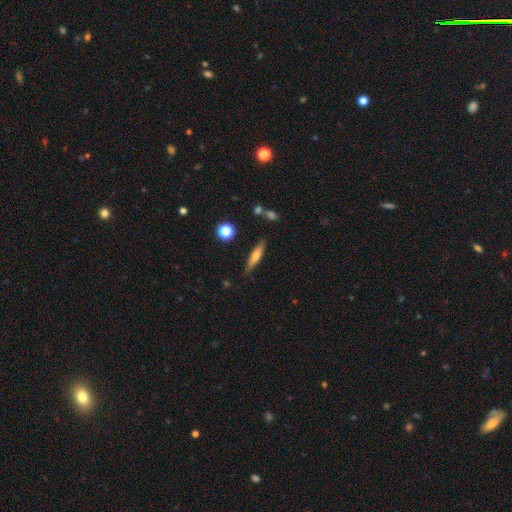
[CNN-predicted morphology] smooth_or_featured: smooth (p=0.59) [alt: featured or disk p=0.33]
how_rounded: cigar-shaped (p=0.80) [alt: in between p=0.17]
merging: none (p=0.83) [alt: minor disturbance p=0.12]